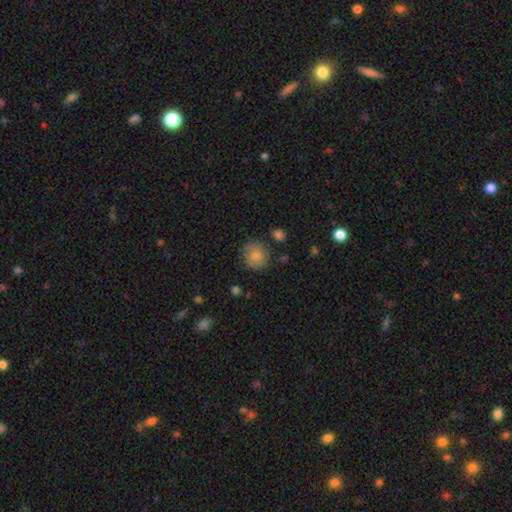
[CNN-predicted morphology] Smooth or featured?
  - smooth: 79% *
  - featured or disk: 13%
  - star or artifact: 8%
How rounded?
  - round: 84% *
  - in between: 15%
  - cigar-shaped: 1%
Merging?
  - none: 73% *
  - minor disturbance: 18%
  - major disturbance: 5%
  - merger: 3%